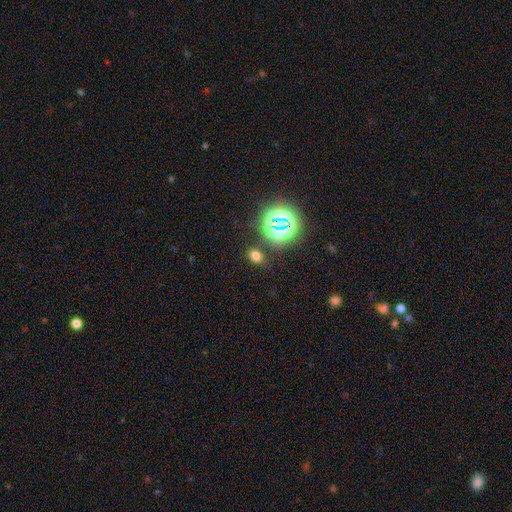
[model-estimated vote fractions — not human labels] The model was most divided on "smooth or featured": smooth: 64%, star or artifact: 29%, featured or disk: 7%. More confident: merging — none (80%); how rounded — in between (67%).